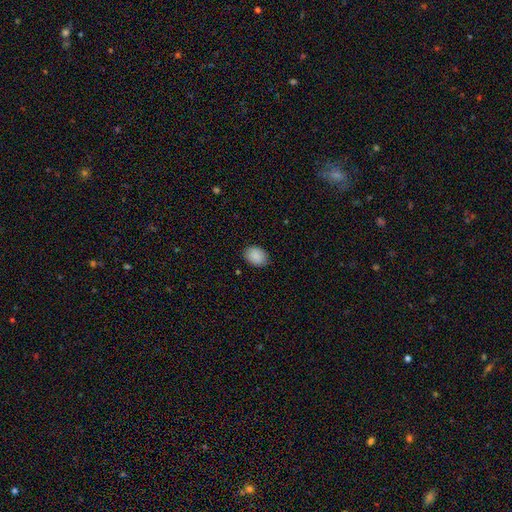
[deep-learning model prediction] Smooth or featured? Predicted: smooth (p=0.90). How rounded? Predicted: in between (p=0.69). Merging? Predicted: none (p=0.85).